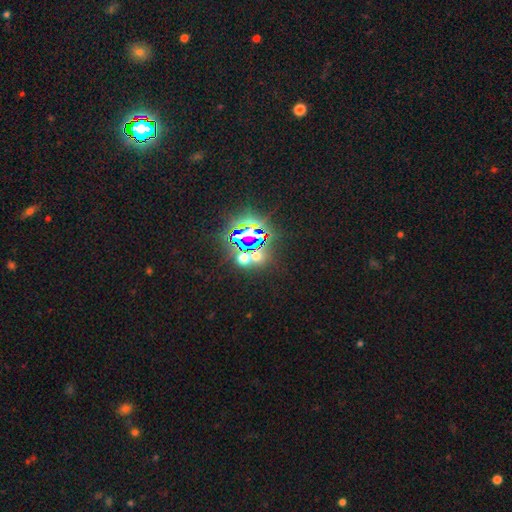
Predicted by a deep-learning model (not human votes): A star or artifact, not a galaxy (67%).